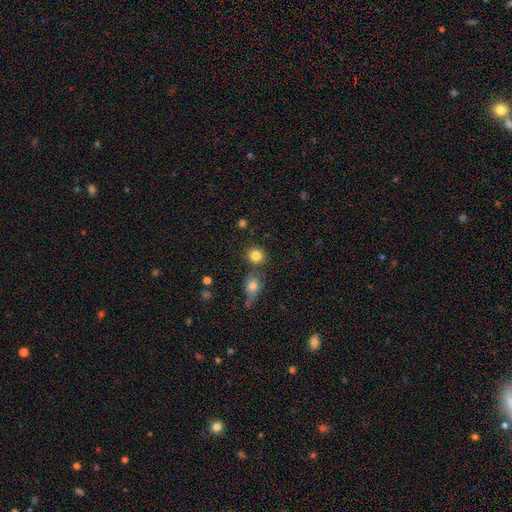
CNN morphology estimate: Smooth or featured? Predicted: smooth (p=0.83). How rounded? Predicted: round (p=0.81). Merging? Predicted: none (p=0.69).